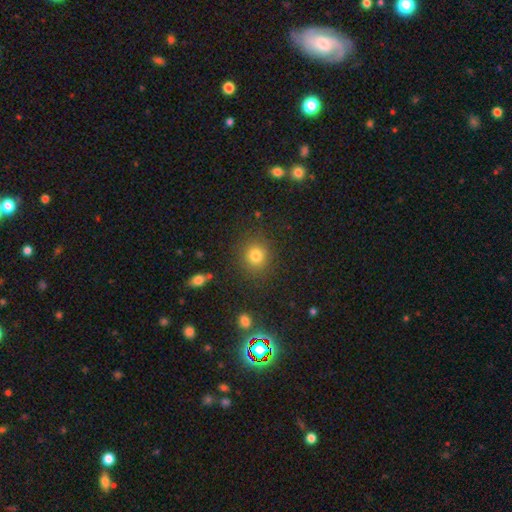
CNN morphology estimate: type=smooth (80%); roundness=round (86%); merging=none (86%).